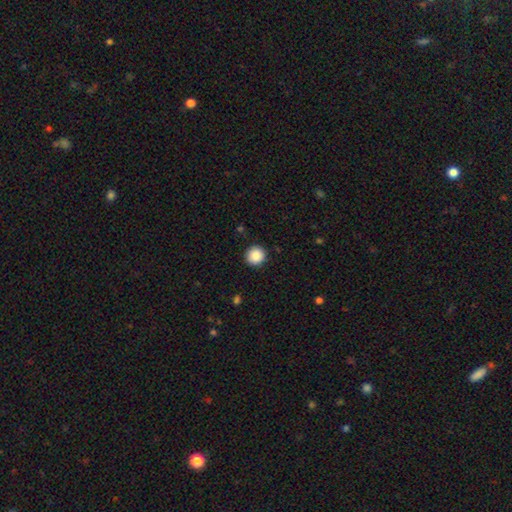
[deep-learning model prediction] smooth-or-featured: smooth: 88% | star or artifact: 9% | featured or disk: 3%
  how-rounded: round: 94% | in between: 5% | cigar-shaped: 1%
  merging: none: 91% | minor disturbance: 6% | major disturbance: 2% | merger: 1%